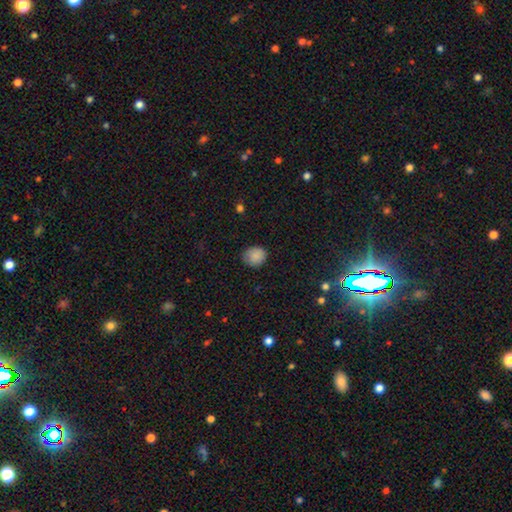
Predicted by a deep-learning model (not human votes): Morphology: type=smooth (86%); roundness=round (72%); merging=none (77%).